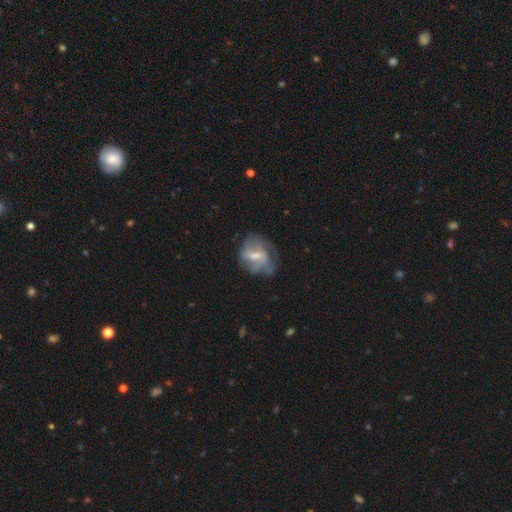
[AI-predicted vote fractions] Smooth or featured? featured or disk (58%)
Edge-on disk? no (96%)
Bar? weak (51%)
Spiral arms? yes (60%)
Bulge size? moderate (44%)
Merging? none (51%)